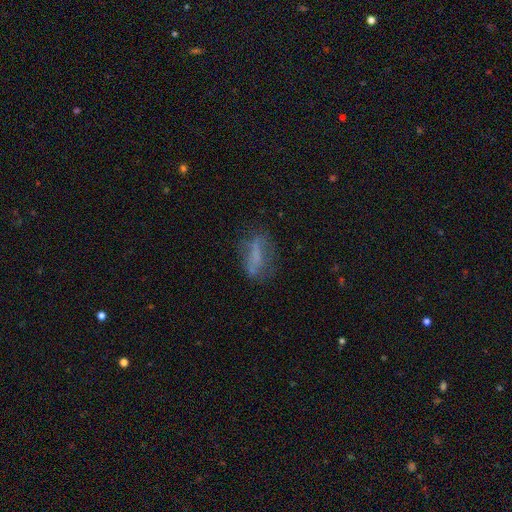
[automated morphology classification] Q: Smooth or featured?
A: smooth (51%); runner-up: featured or disk (35%)
Q: How rounded?
A: in between (64%); runner-up: cigar-shaped (30%)
Q: Merging?
A: none (57%); runner-up: minor disturbance (22%)